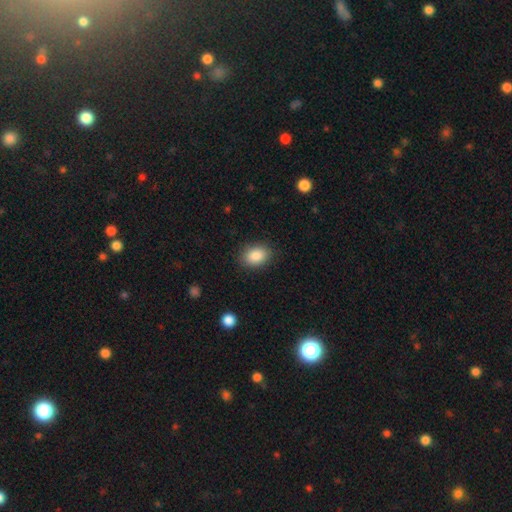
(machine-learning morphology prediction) smooth 88%, star or artifact 7%, featured or disk 4%. Down the decision tree: how rounded — in between (77%); merging — none (86%).